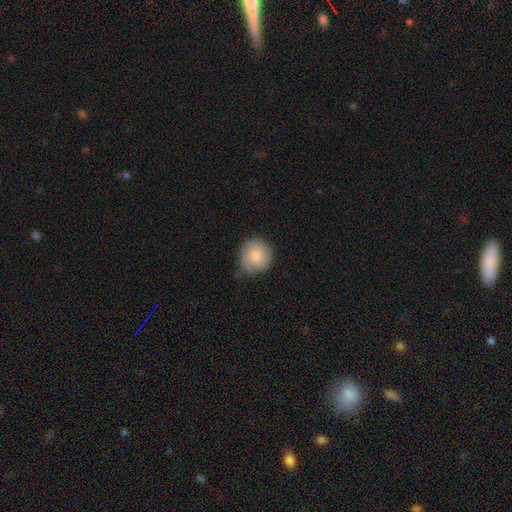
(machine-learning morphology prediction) smooth 68%, featured or disk 25%, star or artifact 7%. Down the decision tree: how rounded — round (87%); merging — none (75%).